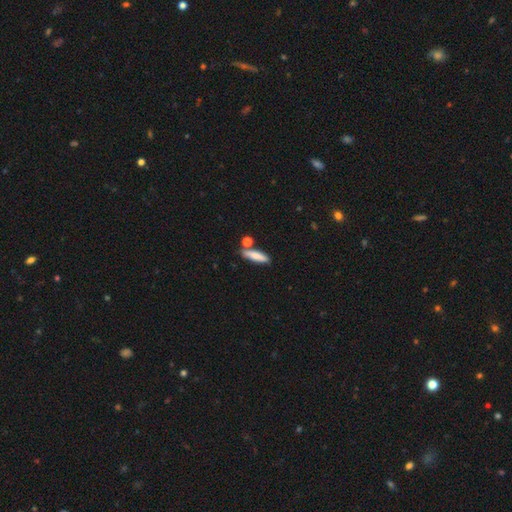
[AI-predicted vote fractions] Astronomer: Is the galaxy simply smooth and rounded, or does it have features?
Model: smooth — 79%.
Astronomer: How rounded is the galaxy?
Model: cigar-shaped — 68%.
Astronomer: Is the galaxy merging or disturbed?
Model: none — 73%.